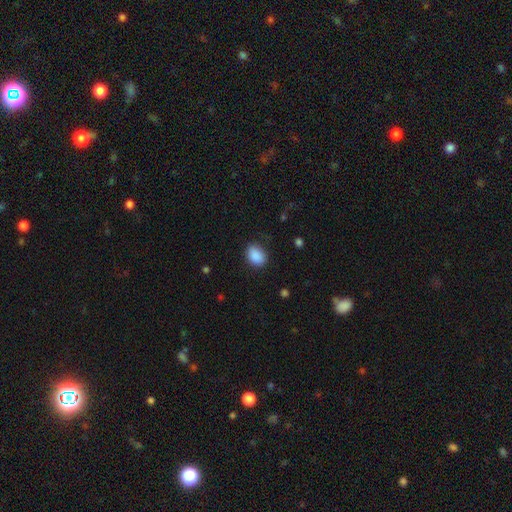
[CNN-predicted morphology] smooth 89%, star or artifact 8%, featured or disk 3%. Down the decision tree: how rounded — in between (74%); merging — none (81%).